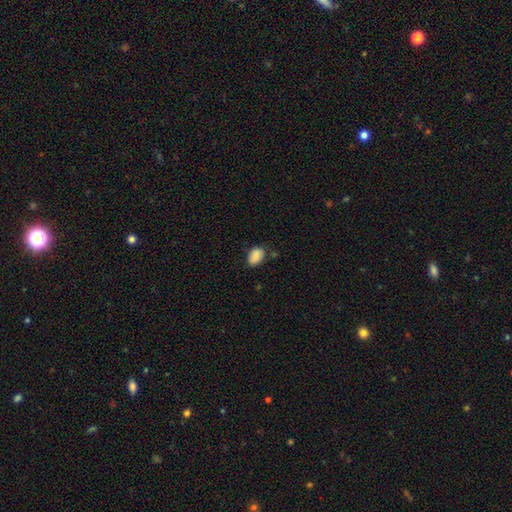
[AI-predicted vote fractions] Morphology: type=smooth (85%); roundness=in between (83%); merging=none (68%).